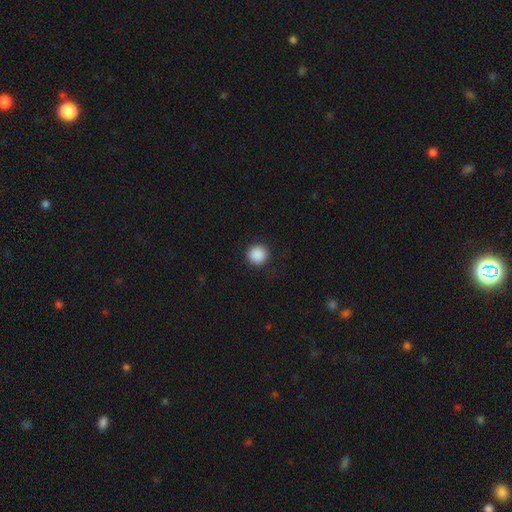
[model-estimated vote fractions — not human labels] This appears to be a smooth galaxy with no disk features (89%) that is round (95%). Merging: none (92%).